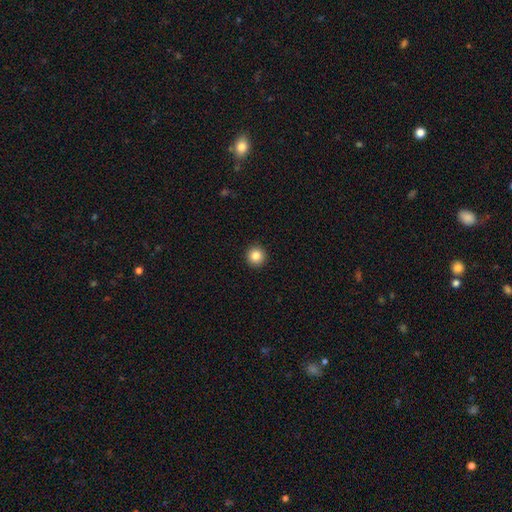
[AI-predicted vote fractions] smooth 85%, star or artifact 10%, featured or disk 5%. Down the decision tree: how rounded — round (96%); merging — none (94%).